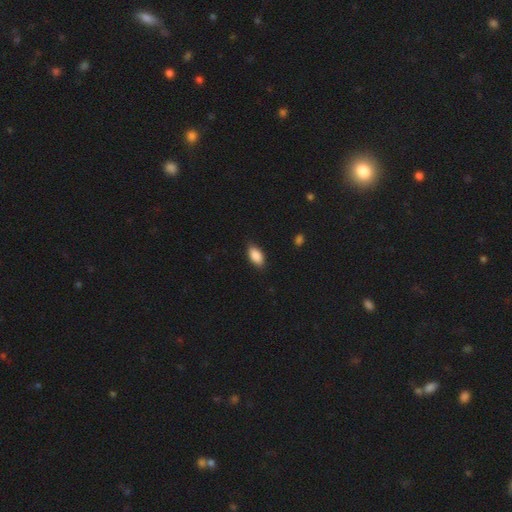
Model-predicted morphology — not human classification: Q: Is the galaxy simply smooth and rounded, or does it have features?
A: smooth — 89%.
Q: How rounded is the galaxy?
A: in between — 93%.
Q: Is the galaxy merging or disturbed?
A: none — 85%.